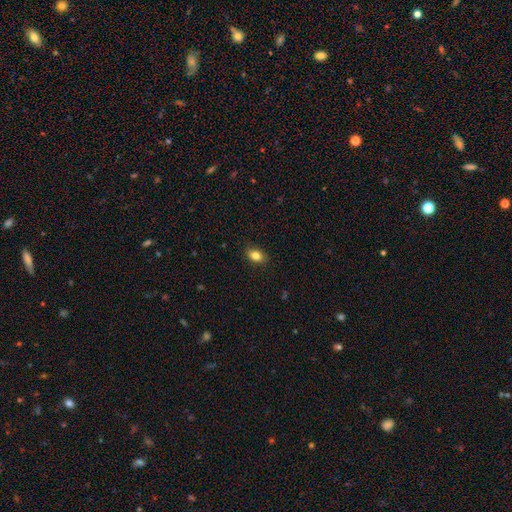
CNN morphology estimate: type=smooth (84%); roundness=in between (83%); merging=none (88%).